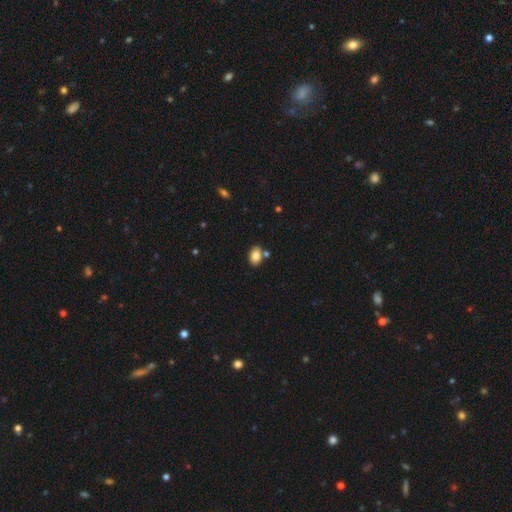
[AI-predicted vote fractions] This is clearly a smooth galaxy (83%). How rounded: clearly in between (85%). Merging: likely none (75%).